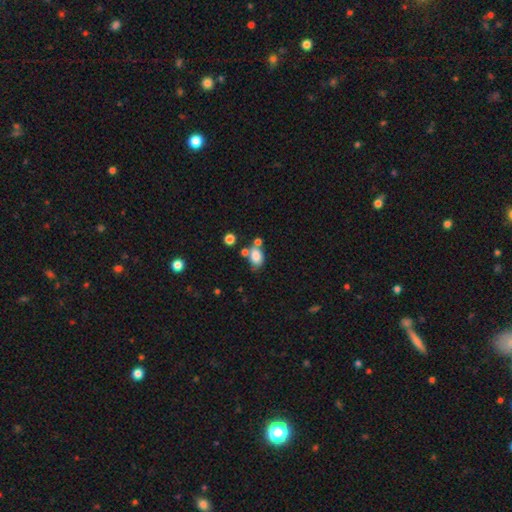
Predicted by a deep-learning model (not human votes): Smooth or featured? Predicted: smooth (p=0.78). How rounded? Predicted: in between (p=0.81). Merging? Predicted: none (p=0.43).